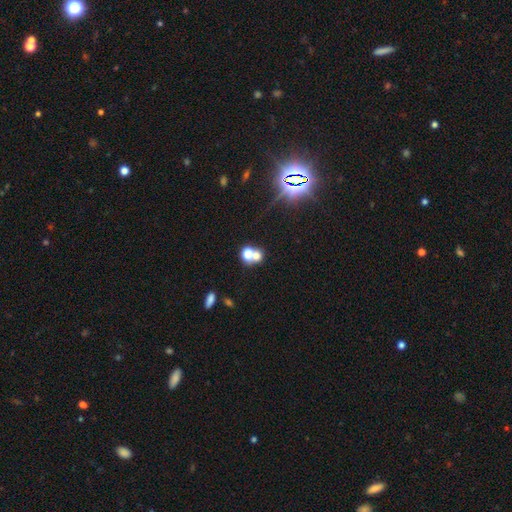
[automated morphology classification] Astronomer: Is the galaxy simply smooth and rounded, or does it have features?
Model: smooth — 61%.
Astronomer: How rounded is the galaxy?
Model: round — 74%.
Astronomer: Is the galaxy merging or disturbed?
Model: merger — 52% (runner-up: none, 39%).